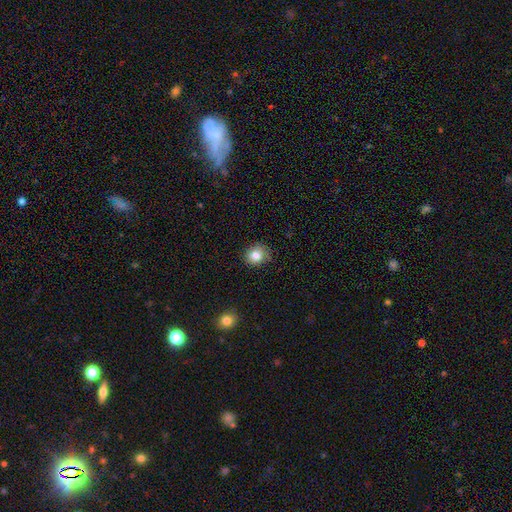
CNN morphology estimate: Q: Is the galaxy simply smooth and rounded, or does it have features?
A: smooth — 82%.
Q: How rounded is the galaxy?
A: round — 83%.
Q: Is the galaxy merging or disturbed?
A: none — 80%.